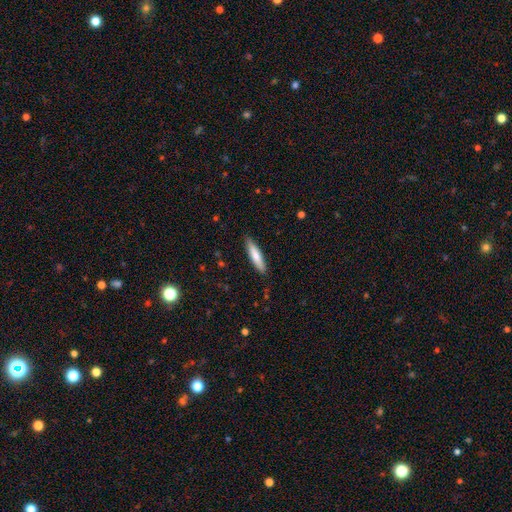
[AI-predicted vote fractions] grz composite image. It shows a smooth galaxy with no disk features (73%) that is cigar-shaped (82%). Merging: none (88%).